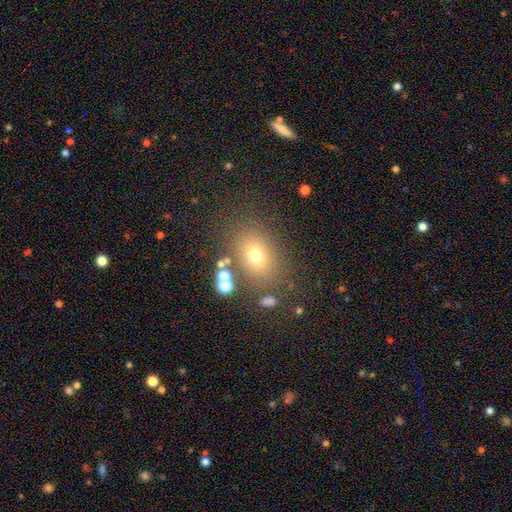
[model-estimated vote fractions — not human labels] smooth-or-featured: smooth: 68% | star or artifact: 18% | featured or disk: 14%
  how-rounded: in between: 61% | round: 38% | cigar-shaped: 1%
  merging: none: 76% | minor disturbance: 12% | major disturbance: 6% | merger: 6%